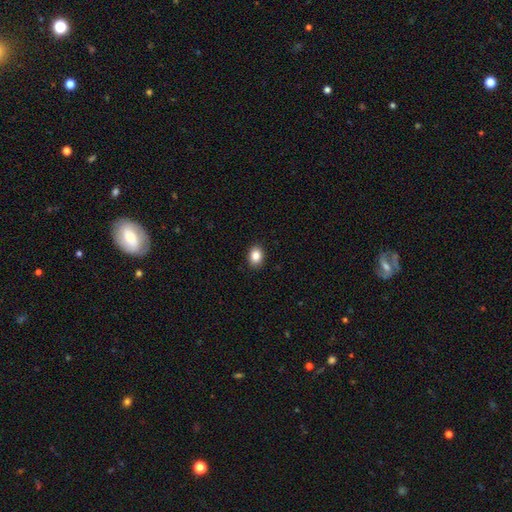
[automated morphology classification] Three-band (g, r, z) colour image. It shows a smooth galaxy with no disk features (86%) that is in between round and cigar-shaped (65%). Merging: none (91%).